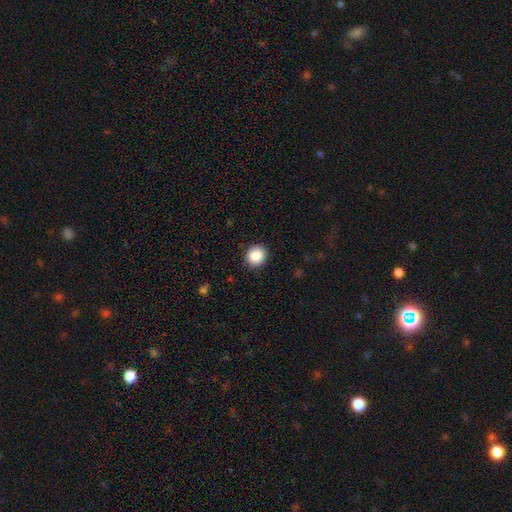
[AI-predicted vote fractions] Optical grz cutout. It shows a smooth galaxy with no disk features (88%) that is round (84%). Merging: none (90%).